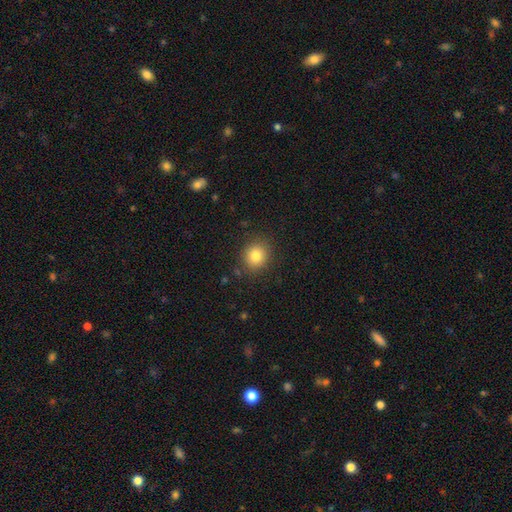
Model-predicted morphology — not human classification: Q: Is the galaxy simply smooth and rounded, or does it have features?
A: smooth — 81%.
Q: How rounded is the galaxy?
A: round — 82%.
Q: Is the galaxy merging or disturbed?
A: none — 87%.